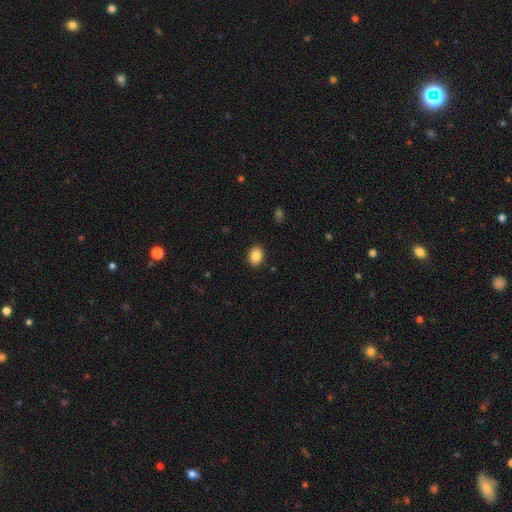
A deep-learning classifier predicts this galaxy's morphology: smooth-or-featured: smooth: 87% | star or artifact: 8% | featured or disk: 4%
  how-rounded: in between: 64% | round: 35% | cigar-shaped: 1%
  merging: none: 90% | minor disturbance: 7% | major disturbance: 2% | merger: 1%